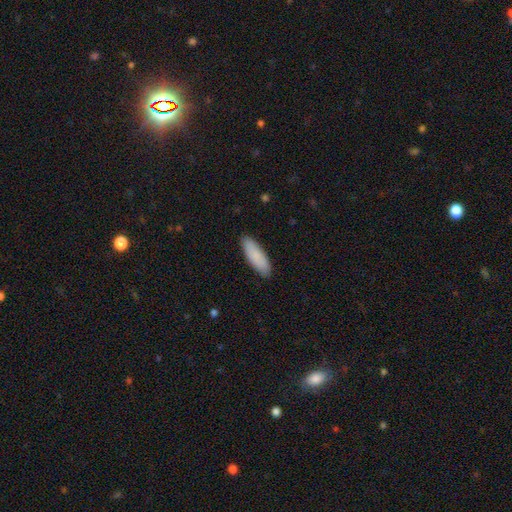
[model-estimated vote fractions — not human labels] smooth 87%, featured or disk 7%, star or artifact 5%. Down the decision tree: how rounded — in between (55%); merging — none (88%).